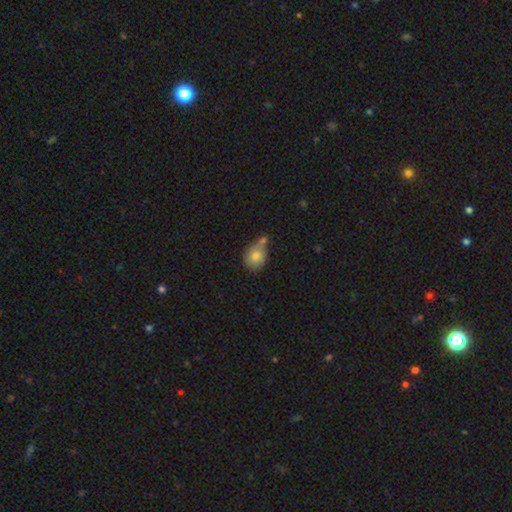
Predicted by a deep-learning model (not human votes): Smooth or featured? Predicted: smooth (p=0.80). How rounded? Predicted: round (p=0.62). Merging? Predicted: none (p=0.42).